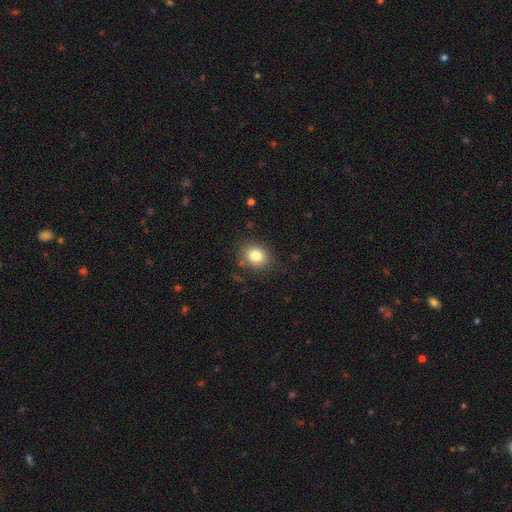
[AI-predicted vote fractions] Smooth or featured?
  - smooth: 82% *
  - star or artifact: 10%
  - featured or disk: 8%
How rounded?
  - round: 53% *
  - in between: 46%
  - cigar-shaped: 1%
Merging?
  - none: 83% *
  - minor disturbance: 12%
  - major disturbance: 4%
  - merger: 2%